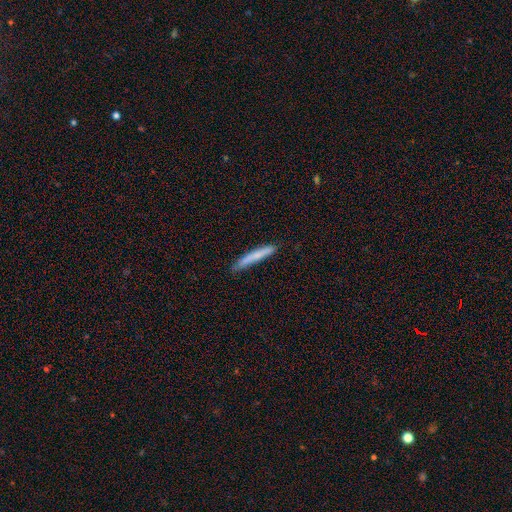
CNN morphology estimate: Smooth or featured? Predicted: smooth (p=0.72). How rounded? Predicted: cigar-shaped (p=0.95). Merging? Predicted: none (p=0.80).